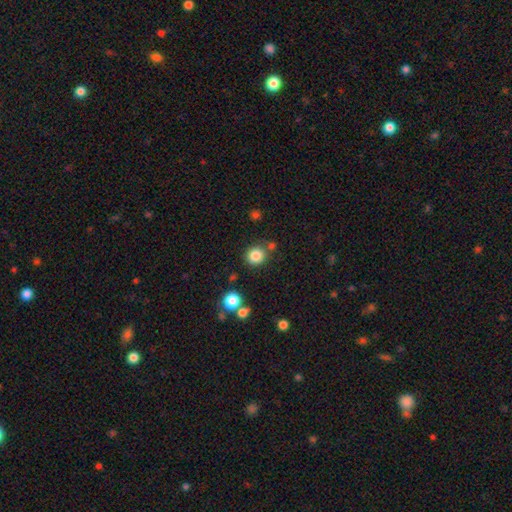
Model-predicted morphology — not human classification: Q: Smooth or featured?
A: smooth (84%); runner-up: star or artifact (11%)
Q: How rounded?
A: round (90%); runner-up: in between (9%)
Q: Merging?
A: none (80%); runner-up: minor disturbance (9%)